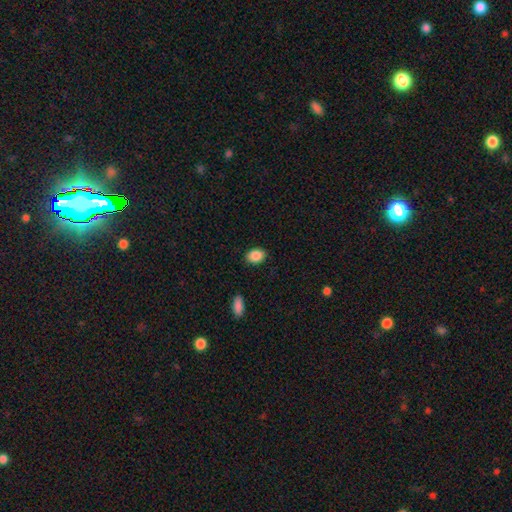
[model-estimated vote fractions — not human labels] smooth 88%, star or artifact 8%, featured or disk 5%. Down the decision tree: how rounded — in between (72%); merging — none (88%).